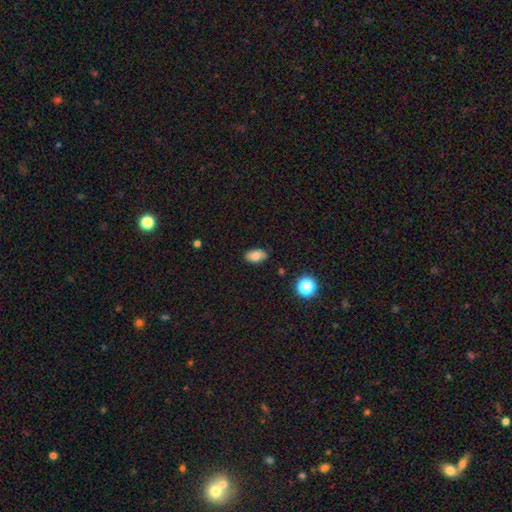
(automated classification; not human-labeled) smooth 81%, star or artifact 10%, featured or disk 9%. Down the decision tree: how rounded — in between (91%); merging — none (82%).